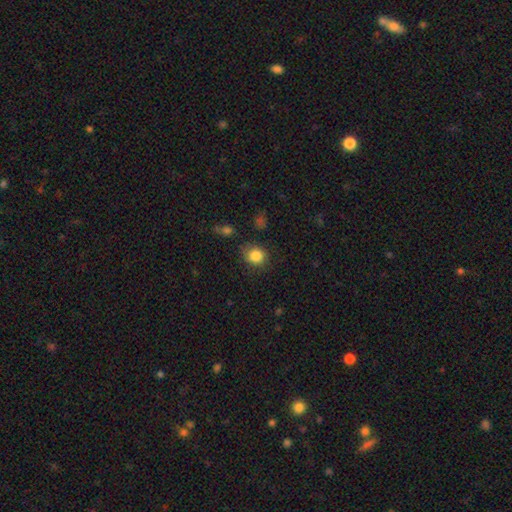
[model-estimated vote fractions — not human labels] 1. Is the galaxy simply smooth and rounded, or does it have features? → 84% smooth, 10% star or artifact, 5% featured or disk.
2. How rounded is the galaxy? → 77% round, 22% in between, 1% cigar-shaped.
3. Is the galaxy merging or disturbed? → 76% none, 17% minor disturbance, 5% major disturbance, 3% merger.